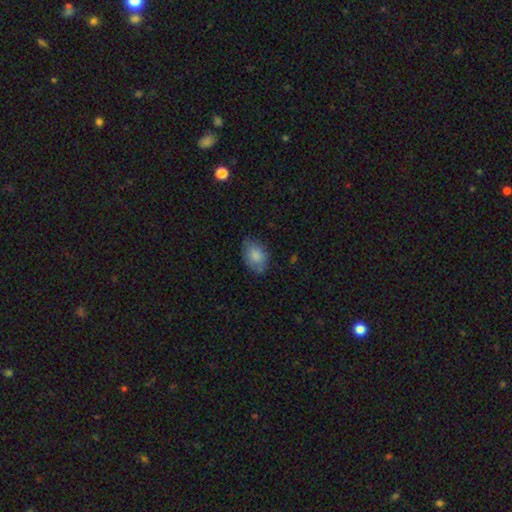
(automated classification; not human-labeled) This is clearly a smooth galaxy (83%). How rounded: clearly in between (83%). Merging: likely none (72%).